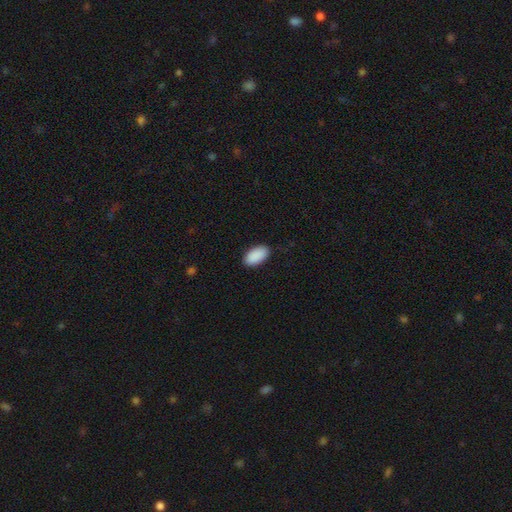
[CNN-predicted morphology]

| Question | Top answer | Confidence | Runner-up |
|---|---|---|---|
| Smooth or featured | smooth | 92% | star or artifact (6%) |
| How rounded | in between | 96% | round (2%) |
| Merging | none | 89% | minor disturbance (8%) |